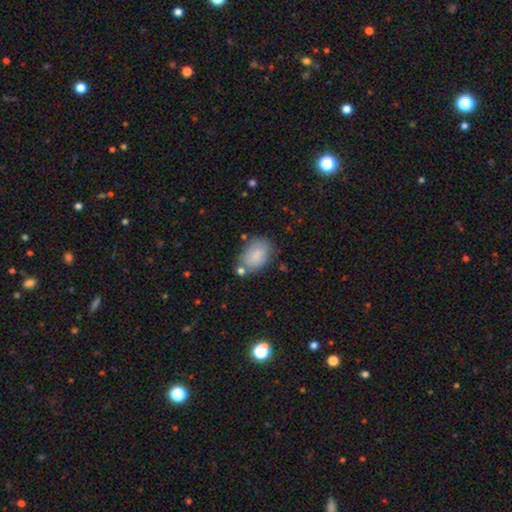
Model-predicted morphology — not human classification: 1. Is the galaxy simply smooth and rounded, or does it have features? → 82% smooth, 11% featured or disk, 7% star or artifact.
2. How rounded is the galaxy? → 86% in between, 12% round, 1% cigar-shaped.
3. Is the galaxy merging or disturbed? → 66% none, 19% minor disturbance, 9% merger, 5% major disturbance.